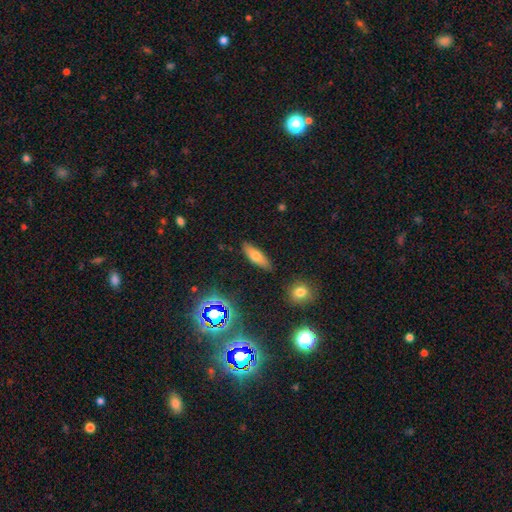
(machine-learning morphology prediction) smooth_or_featured: smooth (p=0.67) [alt: featured or disk p=0.21]
how_rounded: in between (p=0.53) [alt: cigar-shaped p=0.43]
merging: none (p=0.86) [alt: minor disturbance p=0.10]